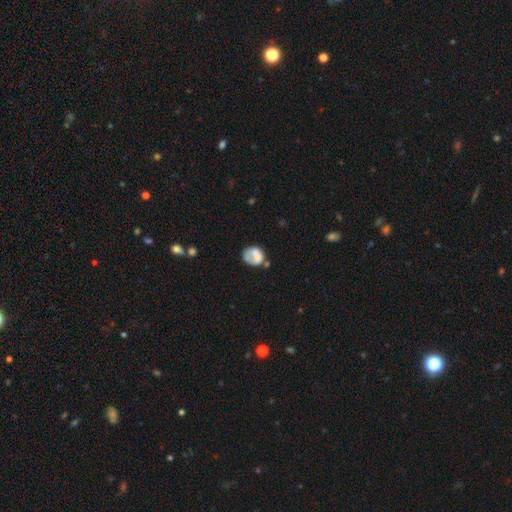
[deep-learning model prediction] Smooth or featured?
  - smooth: 62% *
  - featured or disk: 29%
  - star or artifact: 9%
How rounded?
  - round: 57% *
  - in between: 42%
  - cigar-shaped: 1%
Merging?
  - none: 42% *
  - minor disturbance: 25%
  - major disturbance: 20%
  - merger: 13%